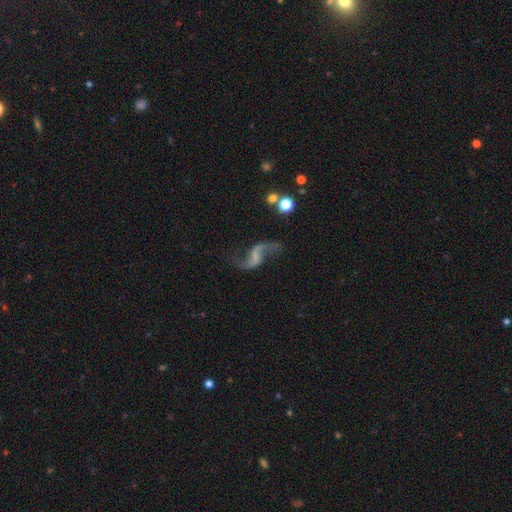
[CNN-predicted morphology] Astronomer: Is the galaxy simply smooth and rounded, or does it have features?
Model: featured or disk — 87%.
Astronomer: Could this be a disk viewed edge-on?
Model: no — 97%.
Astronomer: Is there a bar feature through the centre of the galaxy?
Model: weak — 44% (runner-up: no, 35%).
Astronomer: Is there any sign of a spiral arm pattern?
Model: yes — 95%.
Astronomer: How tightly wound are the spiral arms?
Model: loose — 91%.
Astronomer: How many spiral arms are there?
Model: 2 — 94%.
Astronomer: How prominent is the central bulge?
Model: none — 57%.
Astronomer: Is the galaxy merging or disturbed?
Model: none — 73%.